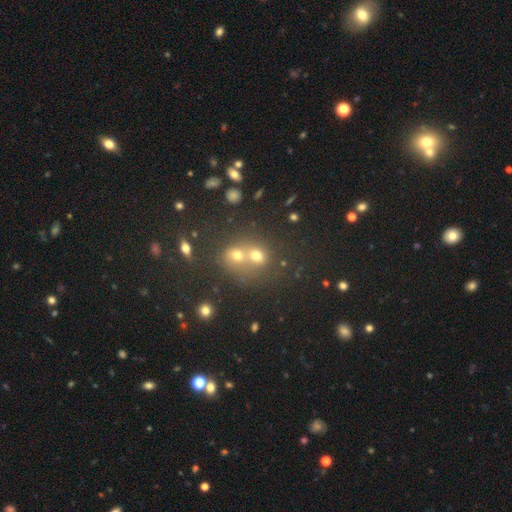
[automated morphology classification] smooth_or_featured: smooth (p=0.51) [alt: star or artifact p=0.34]
how_rounded: round (p=0.79) [alt: in between p=0.20]
merging: merger (p=0.48) [alt: none p=0.42]